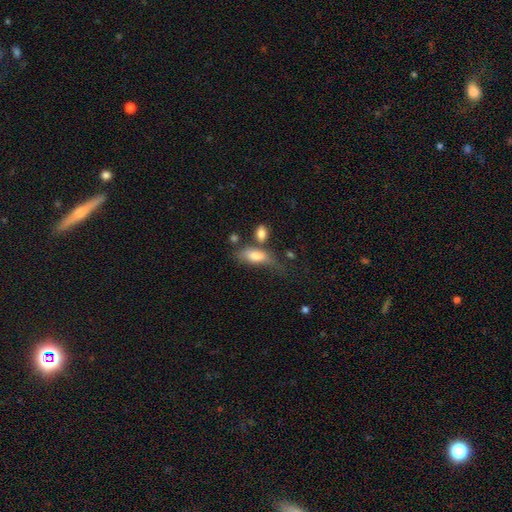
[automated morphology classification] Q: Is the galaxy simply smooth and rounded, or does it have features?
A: smooth — 75%.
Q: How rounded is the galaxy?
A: in between — 76%.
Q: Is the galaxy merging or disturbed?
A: none — 34%.